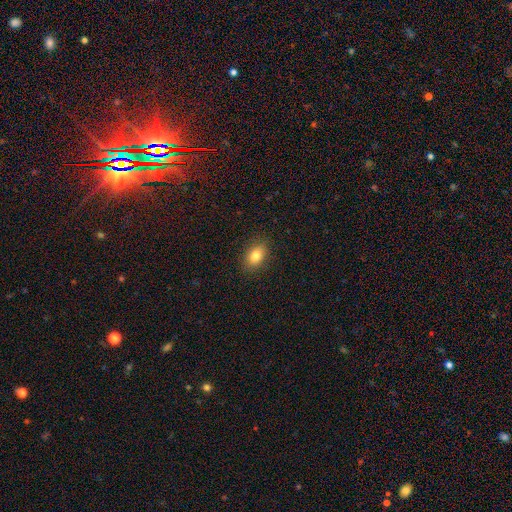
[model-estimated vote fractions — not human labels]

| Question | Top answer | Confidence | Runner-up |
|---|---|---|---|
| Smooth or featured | smooth | 83% | star or artifact (9%) |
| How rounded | in between | 82% | round (16%) |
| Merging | none | 88% | minor disturbance (9%) |